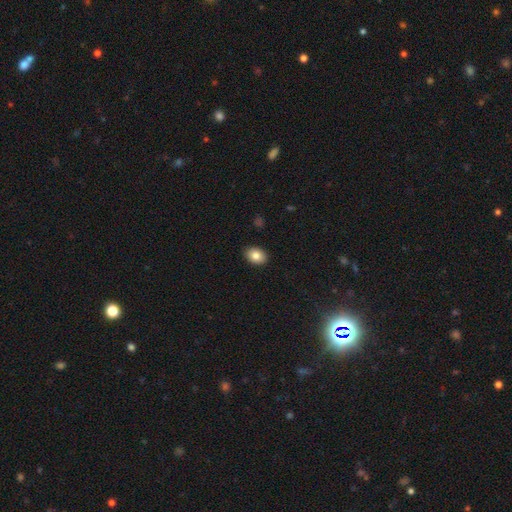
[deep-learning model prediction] The model was most divided on "how rounded": in between: 76%, round: 23%, cigar-shaped: 1%. More confident: merging — none (90%); smooth or featured — smooth (84%).